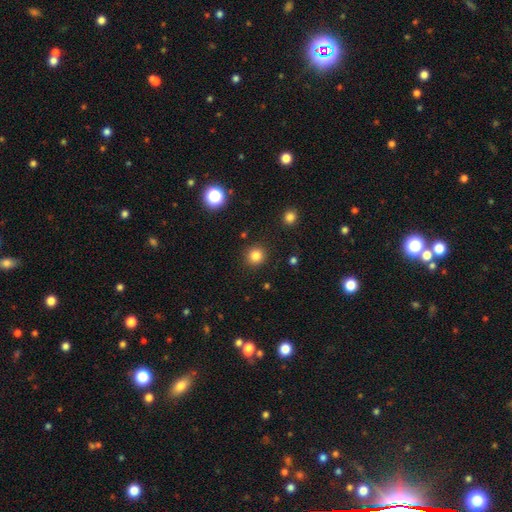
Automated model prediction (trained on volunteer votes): Smooth or featured: smooth — 83% (star or artifact — 12%)
How rounded: round — 93% (in between — 6%)
Merging: none — 91% (minor disturbance — 6%)